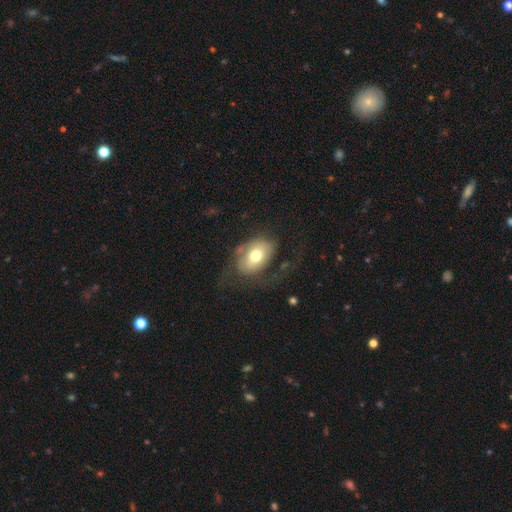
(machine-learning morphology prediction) This is likely a smooth galaxy (63%). How rounded: clearly in between (85%). Merging: possibly none (49%).